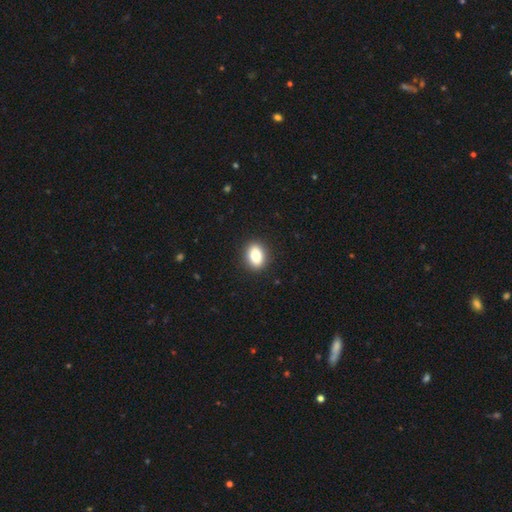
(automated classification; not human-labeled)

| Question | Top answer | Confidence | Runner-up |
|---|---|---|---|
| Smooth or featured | smooth | 82% | featured or disk (9%) |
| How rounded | in between | 69% | round (29%) |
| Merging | none | 91% | minor disturbance (6%) |